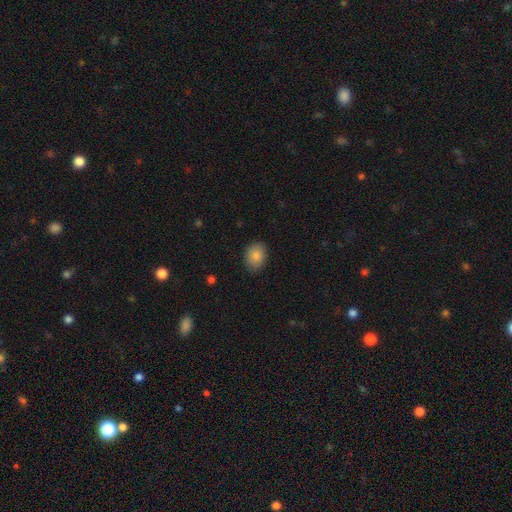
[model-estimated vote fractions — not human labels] Morphology: type=smooth (86%); roundness=in between (63%); merging=none (85%).